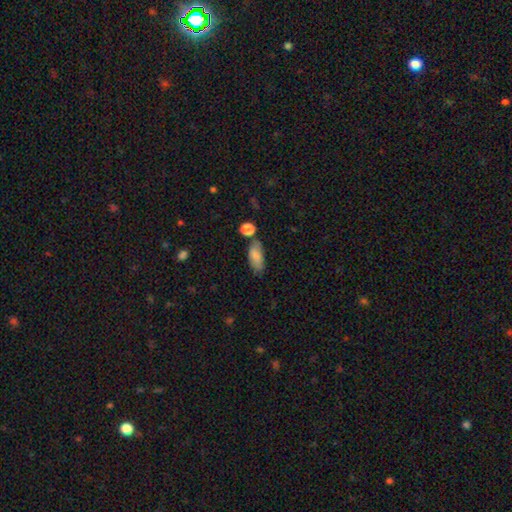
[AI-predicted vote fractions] A smooth galaxy with no disk features (80%) that is in between round and cigar-shaped (84%).

Vote fractions:
- Smooth or featured? smooth: 80% / featured or disk: 12% / star or artifact: 7%
- How rounded? in between: 84% / cigar-shaped: 12% / round: 3%
- Merging? none: 61% / minor disturbance: 22% / merger: 11% / major disturbance: 6%